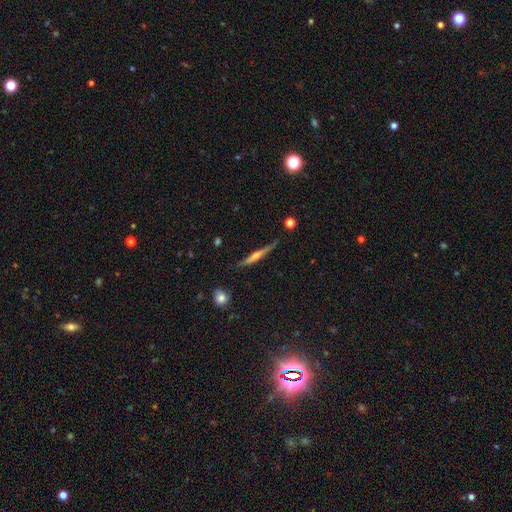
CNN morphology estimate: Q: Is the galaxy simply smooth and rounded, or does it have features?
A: featured or disk — 67%.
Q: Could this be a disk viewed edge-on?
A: yes — 97%.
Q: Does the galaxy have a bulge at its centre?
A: rounded — 67%.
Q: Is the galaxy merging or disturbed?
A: none — 83%.